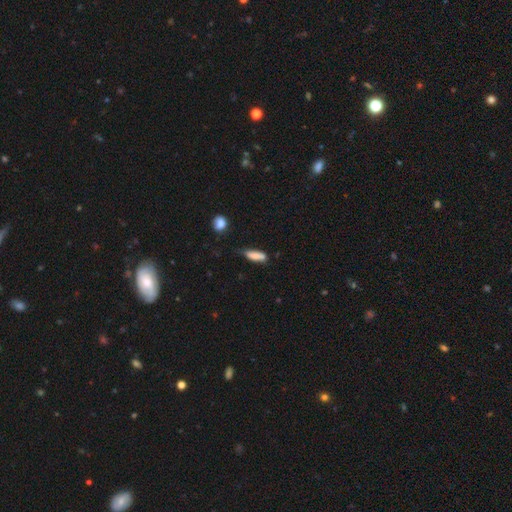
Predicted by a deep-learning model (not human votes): A smooth galaxy with no disk features (81%) that is cigar-shaped (52%). Merging: none (46%).